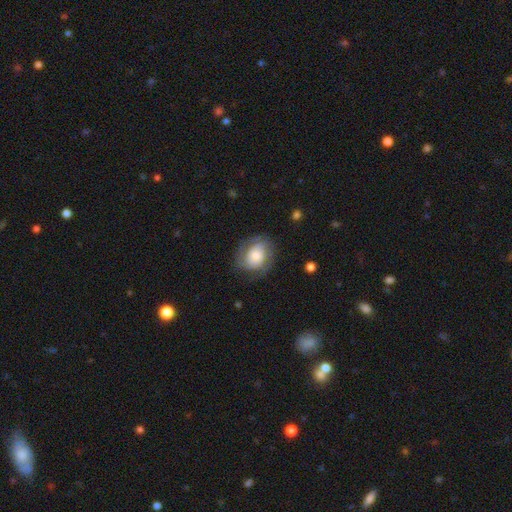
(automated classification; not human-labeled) smooth-or-featured: featured or disk: 62% | smooth: 31% | star or artifact: 7%
  disk-edge-on: no: 97% | yes: 3%
    bar: no: 74% | weak: 21% | strong: 5%
    has-spiral-arms: yes: 86% | no: 14%
      spiral-winding: tight: 53% | medium: 36% | loose: 12%
      spiral-arm-count: 2: 56% | can't tell: 23% | 3: 11% | 1: 5% | 4: 3% | more than 4: 3%
    bulge-size: moderate: 37% | small: 28% | large: 26% | dominant: 5% | none: 4%
  merging: none: 72% | minor disturbance: 17% | major disturbance: 9% | merger: 1%